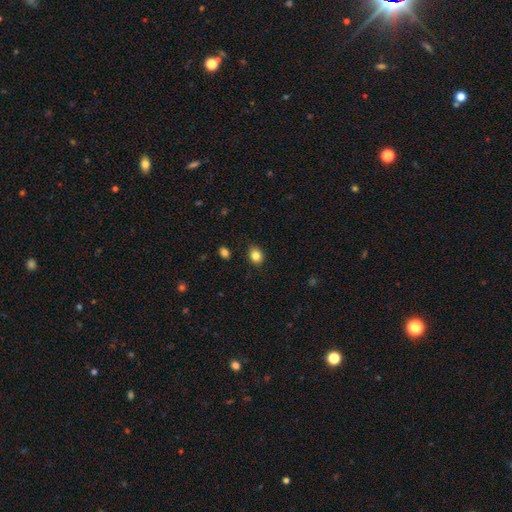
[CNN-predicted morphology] Smooth or featured: smooth — 83% (star or artifact — 10%)
How rounded: round — 55% (in between — 44%)
Merging: none — 85% (minor disturbance — 11%)